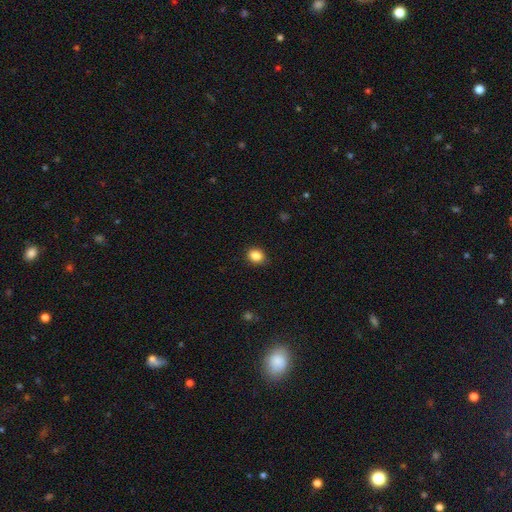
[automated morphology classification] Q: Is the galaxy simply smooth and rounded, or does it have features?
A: smooth — 87%.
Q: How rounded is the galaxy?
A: round — 53%.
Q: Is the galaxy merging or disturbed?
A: none — 87%.